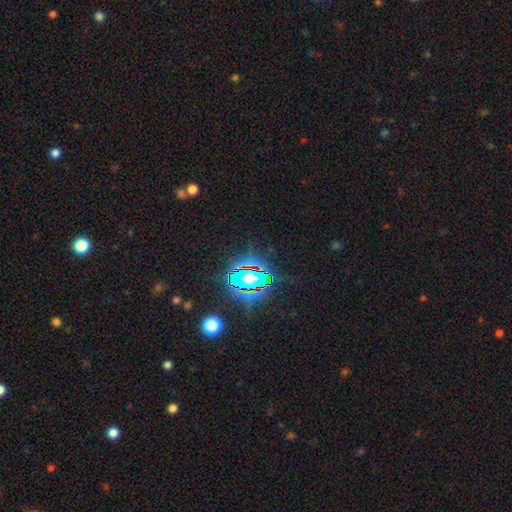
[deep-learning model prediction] Smooth or featured? Predicted: star or artifact (p=0.83).